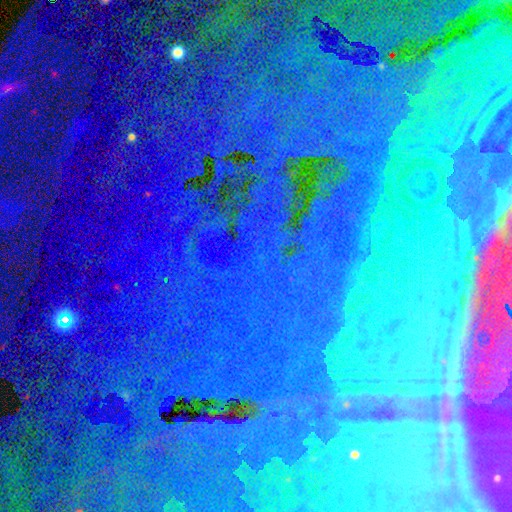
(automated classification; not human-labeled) Smooth or featured?
  - star or artifact: 78% *
  - featured or disk: 13%
  - smooth: 9%